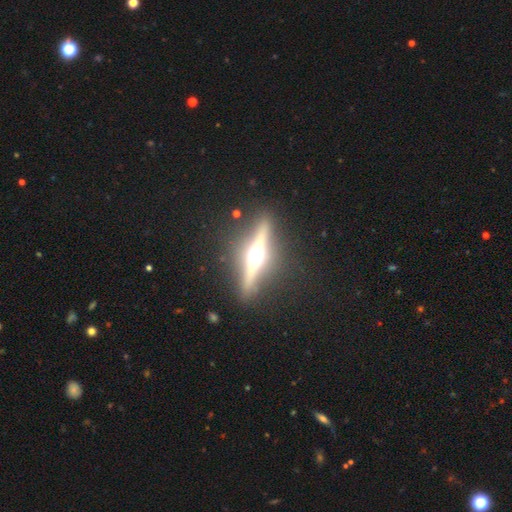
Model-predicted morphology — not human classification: Overall: featured or disk (79%). Edge-on disk: yes (96%). Edge-on bulge: rounded (95%). Merging: none (88%).